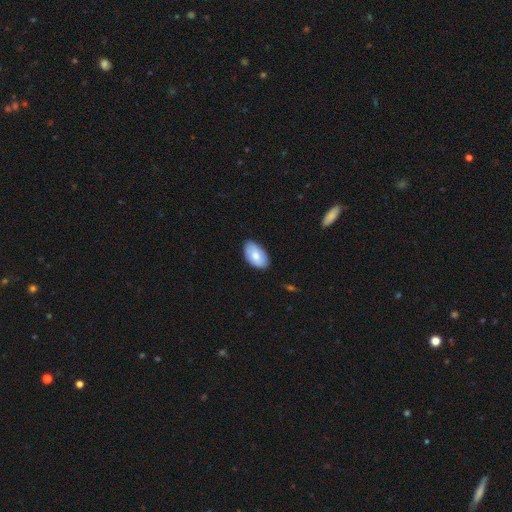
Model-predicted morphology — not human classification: A smooth galaxy with no disk features (75%) that is in between round and cigar-shaped (95%).

Vote fractions:
- Smooth or featured? smooth: 75% / featured or disk: 19% / star or artifact: 6%
- How rounded? in between: 95% / round: 4% / cigar-shaped: 1%
- Merging? none: 81% / minor disturbance: 15% / major disturbance: 2% / merger: 1%